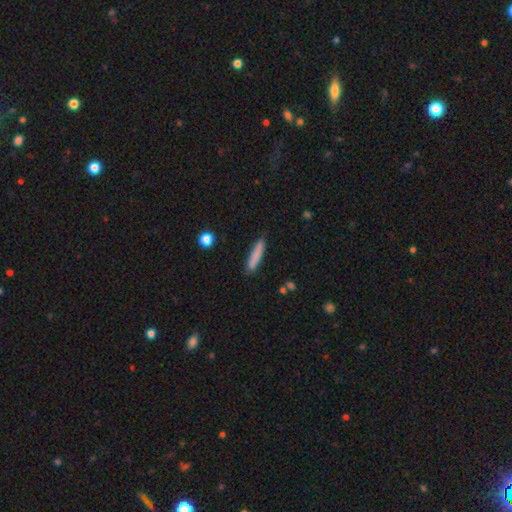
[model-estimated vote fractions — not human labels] A smooth galaxy with no disk features (81%) that is cigar-shaped (90%). Merging: none (82%).